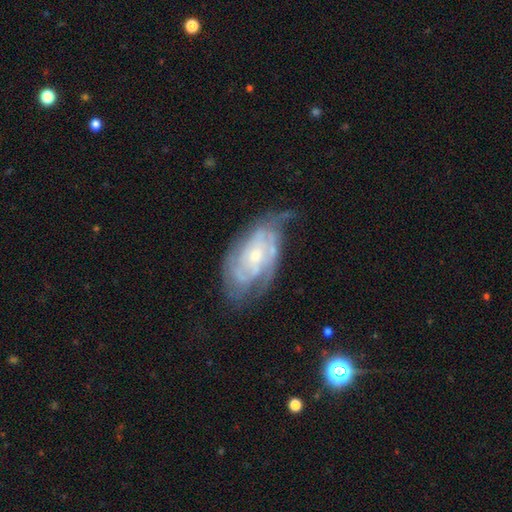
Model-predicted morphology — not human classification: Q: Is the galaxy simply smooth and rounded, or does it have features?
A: featured or disk — 81%.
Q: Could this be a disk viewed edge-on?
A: no — 95%.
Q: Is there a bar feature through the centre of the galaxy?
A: no — 68%.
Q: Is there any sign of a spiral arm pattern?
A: yes — 90%.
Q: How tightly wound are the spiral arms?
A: tight — 60%.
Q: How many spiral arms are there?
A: can't tell — 44%.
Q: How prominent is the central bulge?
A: small — 58%.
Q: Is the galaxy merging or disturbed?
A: none — 54%.